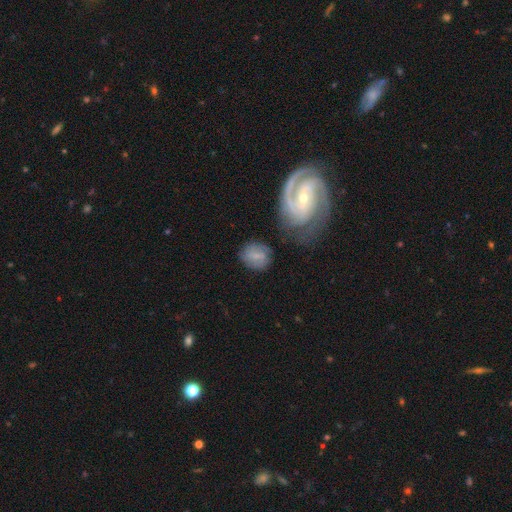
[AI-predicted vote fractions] Morphology: type=smooth (57%); roundness=round (62%); merging=none (69%).